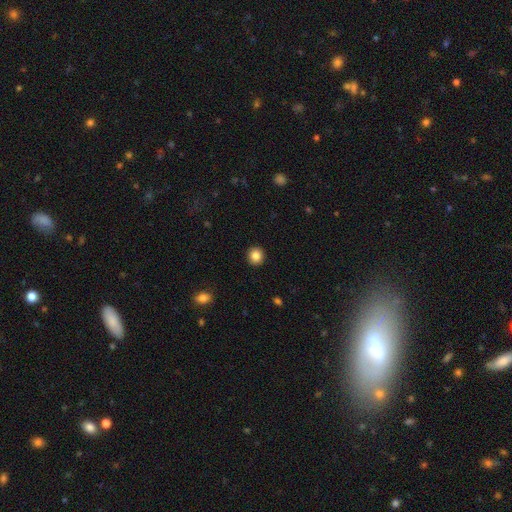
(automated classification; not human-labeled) Smooth or featured? Predicted: smooth (p=0.85). How rounded? Predicted: round (p=0.91). Merging? Predicted: none (p=0.93).